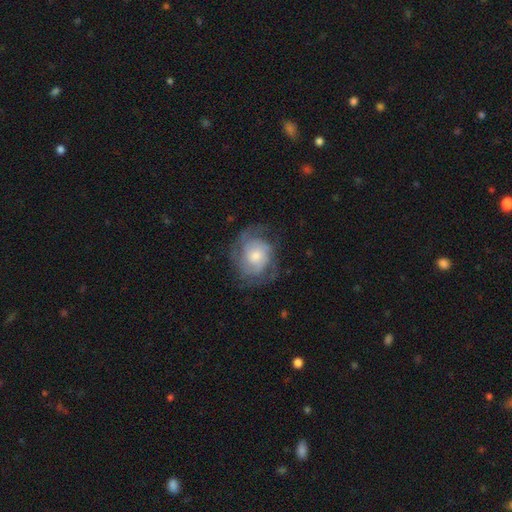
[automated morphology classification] featured or disk 71%, smooth 23%, star or artifact 7%. Down the decision tree: edge-on disk — no (97%); bar — no (72%); spiral arms — yes (90%); spiral arm count — can't tell (33%); spiral winding — tight (51%); bulge size — moderate (50%); merging — none (65%).